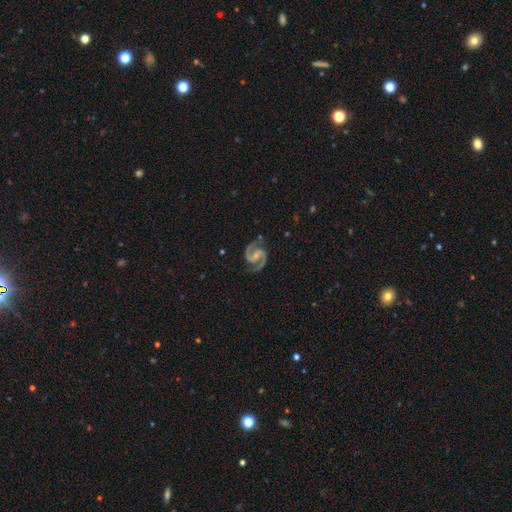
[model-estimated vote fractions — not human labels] Smooth or featured? featured or disk (94%)
Edge-on disk? no (98%)
Bar? weak (44%)
Spiral arms? yes (99%)
Spiral winding? medium (66%)
Spiral arm count? 2 (95%)
Bulge size? small (58%)
Merging? none (83%)